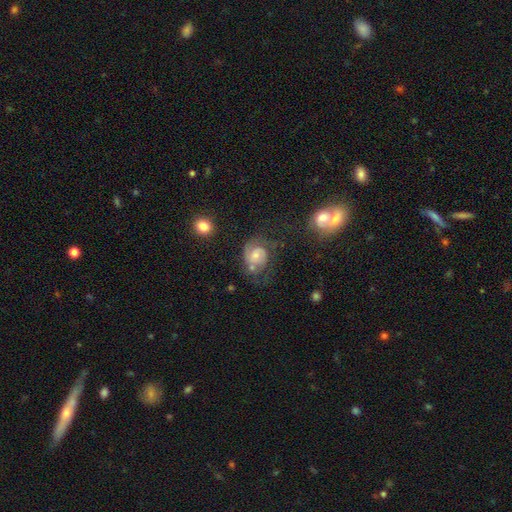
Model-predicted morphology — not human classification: type=featured or disk (62%); edge-on=no (97%); bar=no (55%); spiral arms=yes (85%); winding=medium (44%); arm count=2 (63%); bulge=moderate (45%); merging=none (48%).